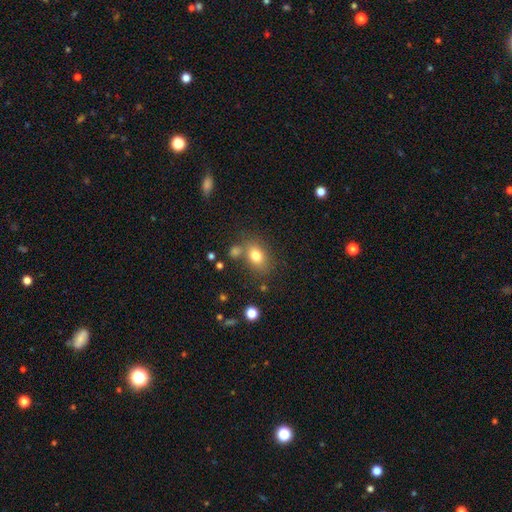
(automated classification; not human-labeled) smooth-or-featured: smooth: 78% | featured or disk: 11% | star or artifact: 11%
  how-rounded: in between: 72% | round: 26% | cigar-shaped: 2%
  merging: none: 66% | minor disturbance: 15% | merger: 14% | major disturbance: 6%